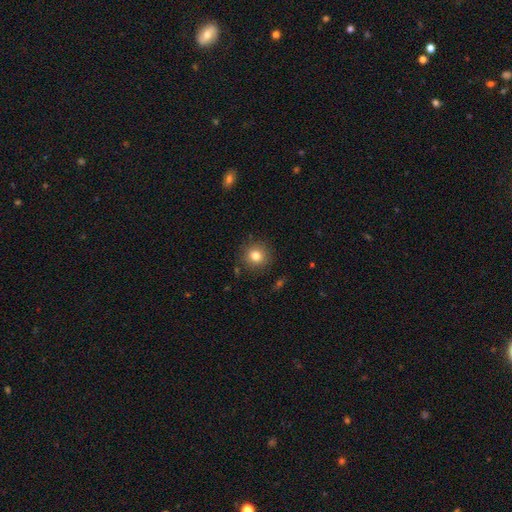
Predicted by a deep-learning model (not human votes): smooth_or_featured: smooth (p=0.80) [alt: star or artifact p=0.12]
how_rounded: round (p=0.92) [alt: in between p=0.07]
merging: none (p=0.89) [alt: minor disturbance p=0.07]